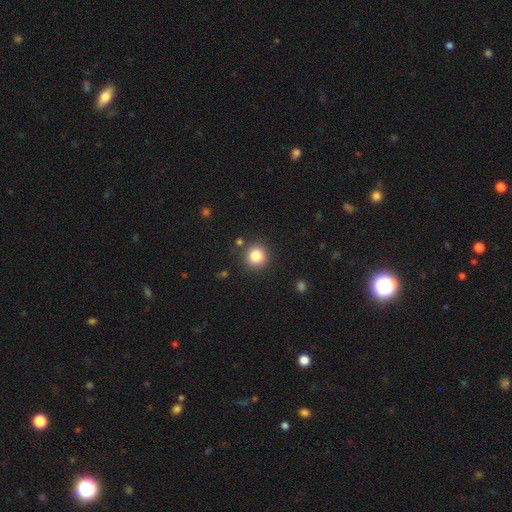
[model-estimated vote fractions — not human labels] Overall: smooth (84%). How rounded: round (92%). Merging: none (87%).